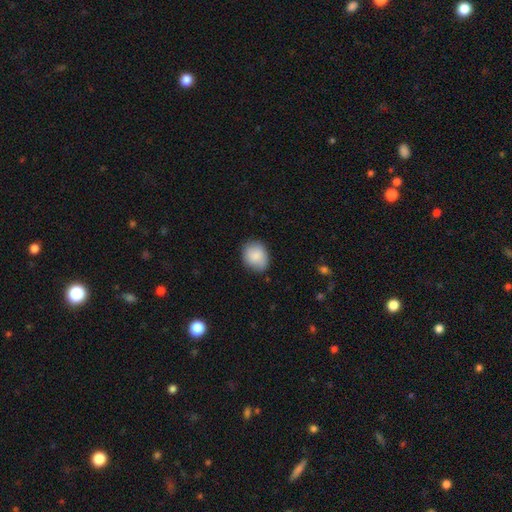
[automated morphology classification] smooth 86%, featured or disk 7%, star or artifact 7%. Down the decision tree: how rounded — round (52%); merging — none (80%).